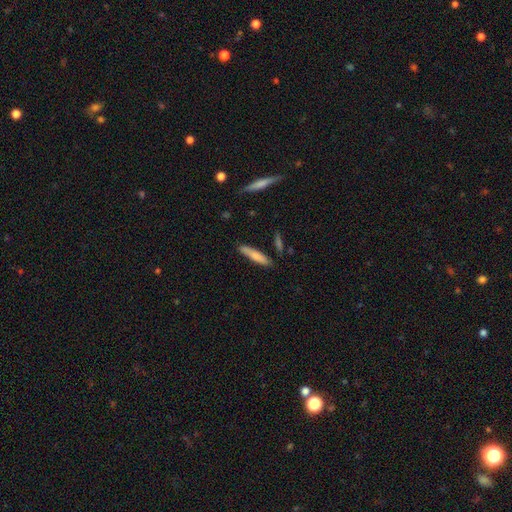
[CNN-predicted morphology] type=smooth (75%); roundness=cigar-shaped (85%); merging=none (83%).